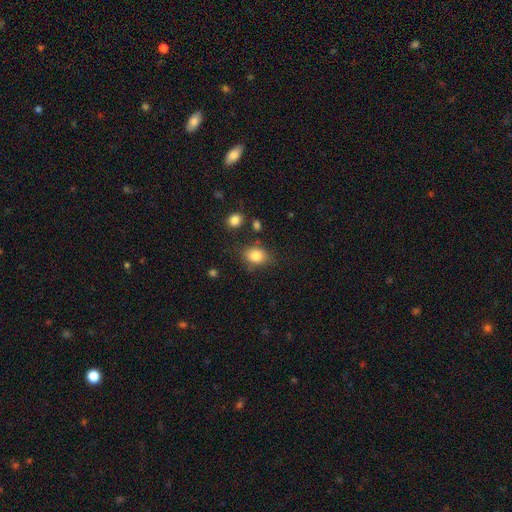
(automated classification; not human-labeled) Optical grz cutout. It shows a smooth galaxy with no disk features (83%) that is in between round and cigar-shaped (60%). Merging: none (75%).